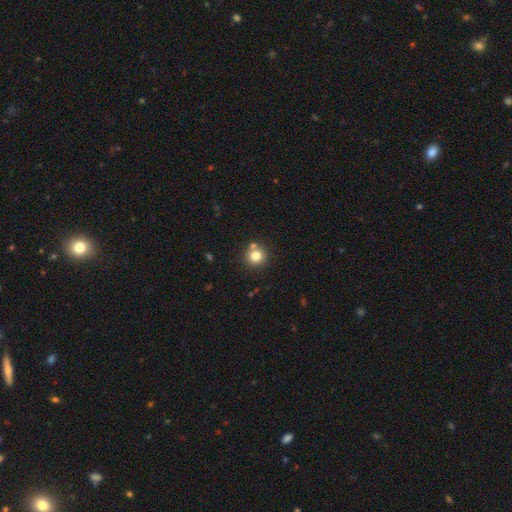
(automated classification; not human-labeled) Smooth or featured?
  - smooth: 79% *
  - star or artifact: 12%
  - featured or disk: 9%
How rounded?
  - round: 93% *
  - in between: 7%
  - cigar-shaped: 1%
Merging?
  - none: 75% *
  - merger: 14%
  - minor disturbance: 8%
  - major disturbance: 2%